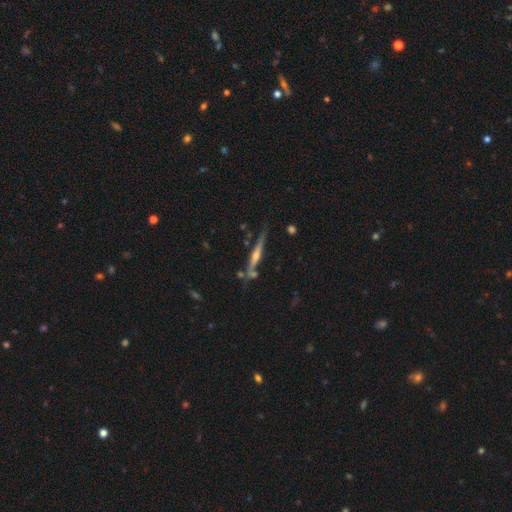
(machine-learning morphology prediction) A featured or disk galaxy (75%) viewed edge-on (97%) with a rounded central bulge (82%). Merging: none (73%).